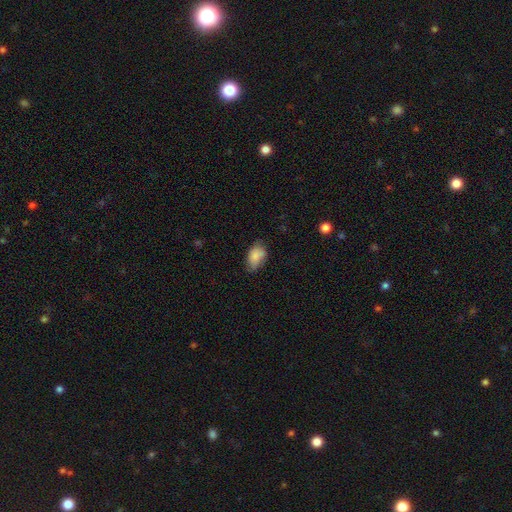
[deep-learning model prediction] A smooth galaxy with no disk features (83%) that is in between round and cigar-shaped (90%). Merging: none (57%).